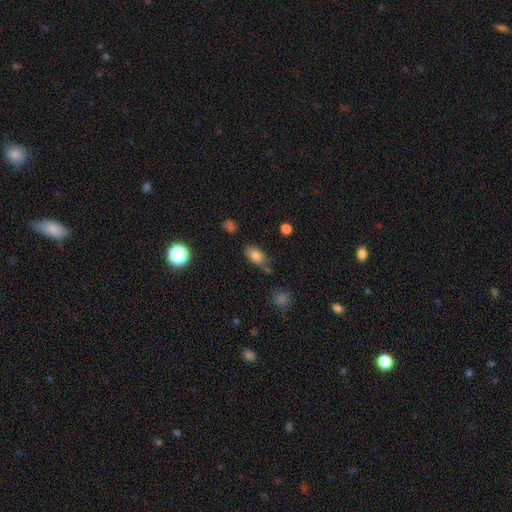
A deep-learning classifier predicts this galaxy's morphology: Smooth or featured?
  - smooth: 81% *
  - star or artifact: 10%
  - featured or disk: 9%
How rounded?
  - in between: 88% *
  - round: 8%
  - cigar-shaped: 4%
Merging?
  - none: 67% *
  - minor disturbance: 20%
  - merger: 8%
  - major disturbance: 5%